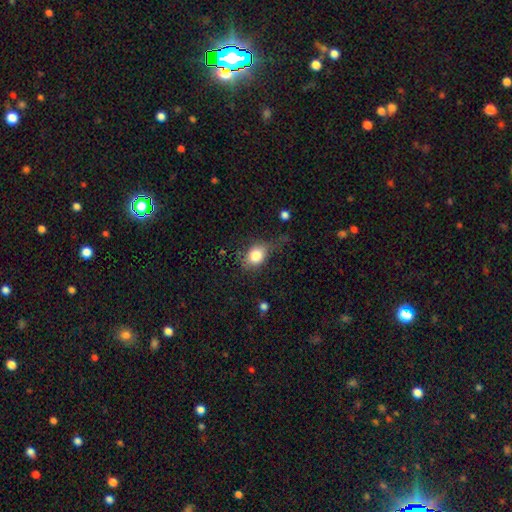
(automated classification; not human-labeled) This is likely a smooth galaxy (80%). How rounded: likely in between (62%). Merging: possibly none (50%).